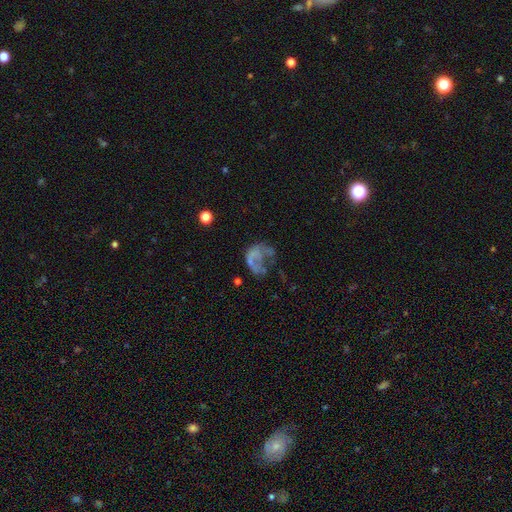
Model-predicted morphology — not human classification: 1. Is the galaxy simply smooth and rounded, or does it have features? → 52% featured or disk, 33% smooth, 15% star or artifact.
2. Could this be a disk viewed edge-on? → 98% no, 2% yes.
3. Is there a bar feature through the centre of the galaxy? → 92% no, 6% weak, 2% strong.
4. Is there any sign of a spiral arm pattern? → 83% no, 17% yes.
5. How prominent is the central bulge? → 84% none, 7% small, 5% moderate, 2% large, 1% dominant.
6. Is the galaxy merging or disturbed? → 50% major disturbance, 28% none, 15% minor disturbance, 7% merger.